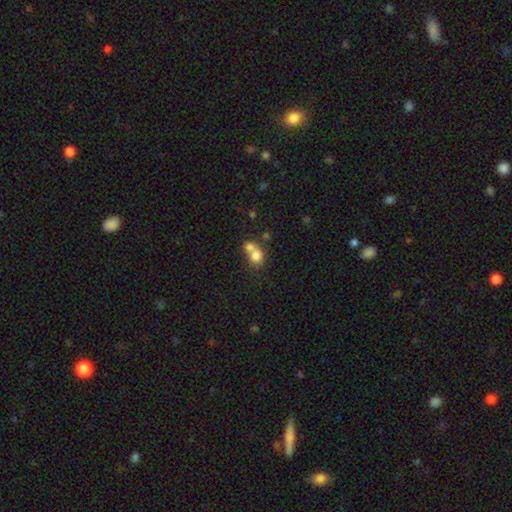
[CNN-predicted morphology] Smooth or featured: smooth — 75% (featured or disk — 15%)
How rounded: round — 62% (in between — 37%)
Merging: merger — 63% (none — 26%)